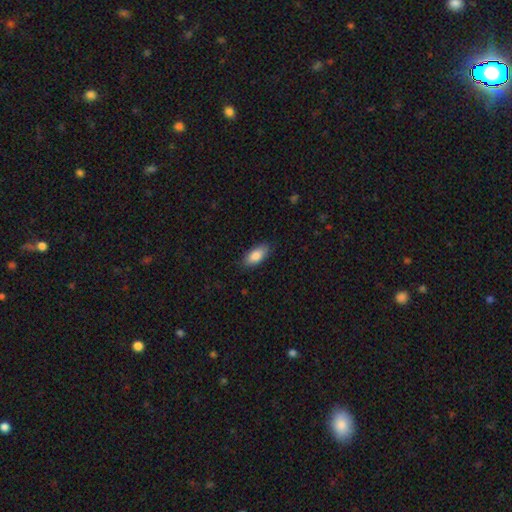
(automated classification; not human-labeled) This appears to be a smooth galaxy with no disk features (85%) that is in between round and cigar-shaped (87%). Merging: none (84%).